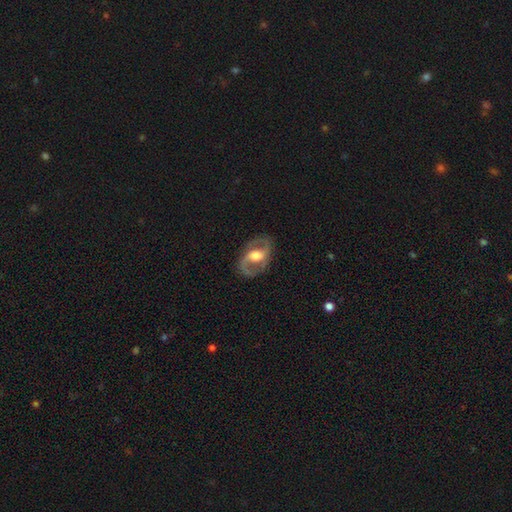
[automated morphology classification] Overall: featured or disk (84%). Edge-on disk: no (96%). Bar: weak (43%; no 30%). Spiral arms: yes (89%). Spiral arm count: 2 (91%). Spiral winding: medium (56%; loose 25%). Bulge size: moderate (62%; large 24%). Merging: none (82%).